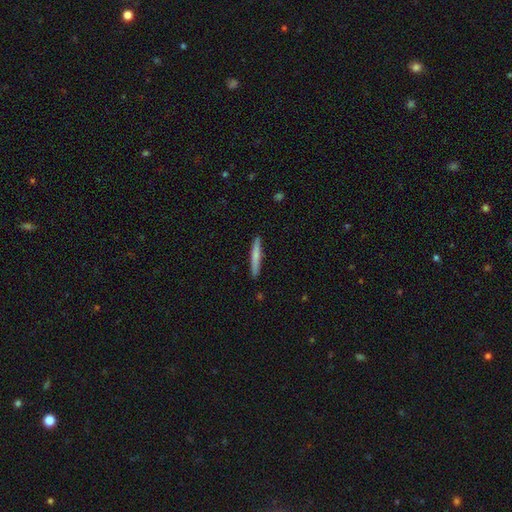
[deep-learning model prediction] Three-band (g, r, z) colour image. It shows a smooth galaxy with no disk features (69%) that is cigar-shaped (95%). Merging: none (90%).